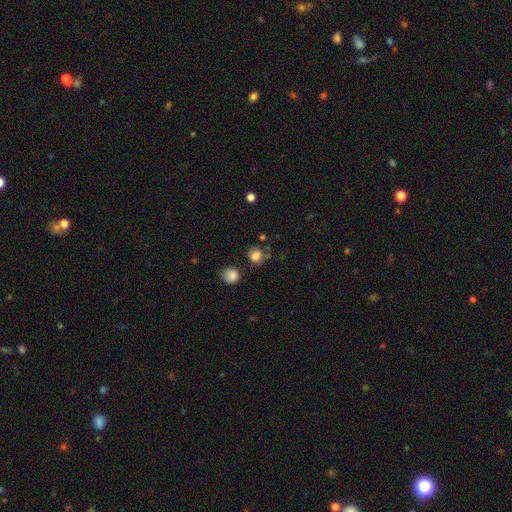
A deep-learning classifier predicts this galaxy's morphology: smooth-or-featured: smooth: 82% | star or artifact: 13% | featured or disk: 5%
  how-rounded: round: 84% | in between: 15% | cigar-shaped: 1%
  merging: none: 75% | minor disturbance: 14% | merger: 6% | major disturbance: 5%